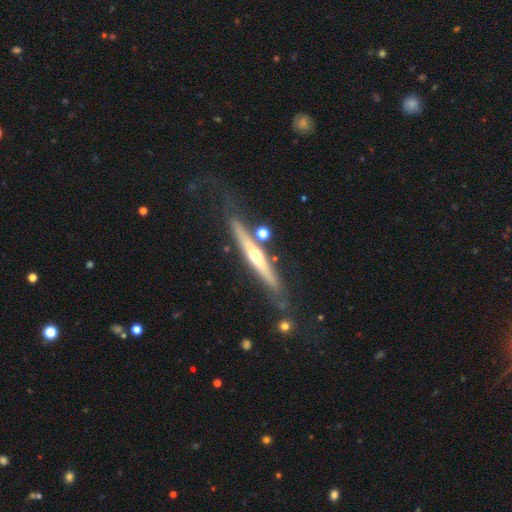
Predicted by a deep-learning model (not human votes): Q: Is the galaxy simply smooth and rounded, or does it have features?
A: featured or disk — 69%.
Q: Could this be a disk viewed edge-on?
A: yes — 91%.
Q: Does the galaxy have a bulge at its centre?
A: rounded — 82%.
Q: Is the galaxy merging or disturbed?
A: none — 72%.